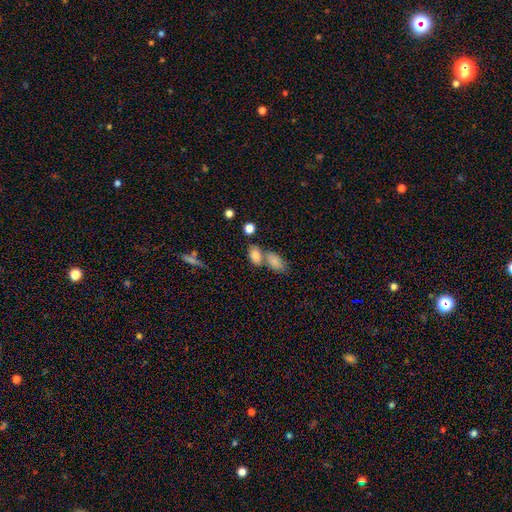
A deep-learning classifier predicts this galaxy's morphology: Smooth or featured? smooth (82%)
How rounded? in between (88%)
Merging? merger (44%)